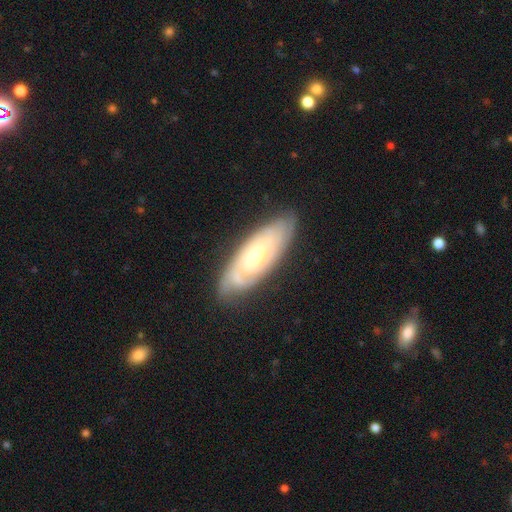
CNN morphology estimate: smooth_or_featured: featured or disk (p=0.74) [alt: smooth p=0.21]
disk_edge_on: no (p=0.85) [alt: yes p=0.15]
bar: no (p=0.68) [alt: weak p=0.26]
has_spiral_arms: yes (p=0.89) [alt: no p=0.11]
spiral_winding: tight (p=0.72) [alt: medium p=0.22]
spiral_arm_count: can't tell (p=0.53) [alt: 2 p=0.23]
bulge_size: moderate (p=0.49) [alt: small p=0.45]
merging: none (p=0.76) [alt: minor disturbance p=0.17]